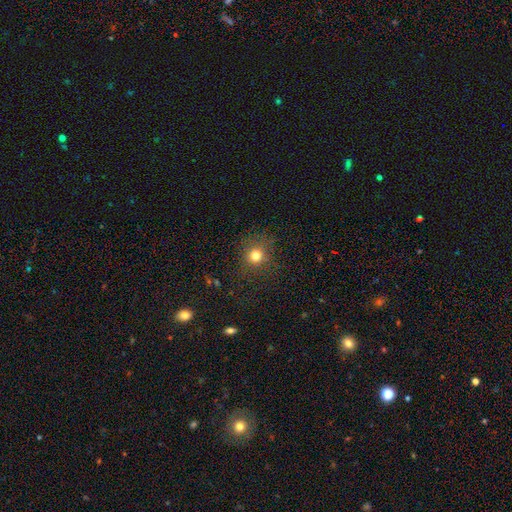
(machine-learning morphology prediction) The model was most divided on "smooth or featured": smooth: 78%, star or artifact: 16%, featured or disk: 6%. More confident: how rounded — round (87%); merging — none (84%).